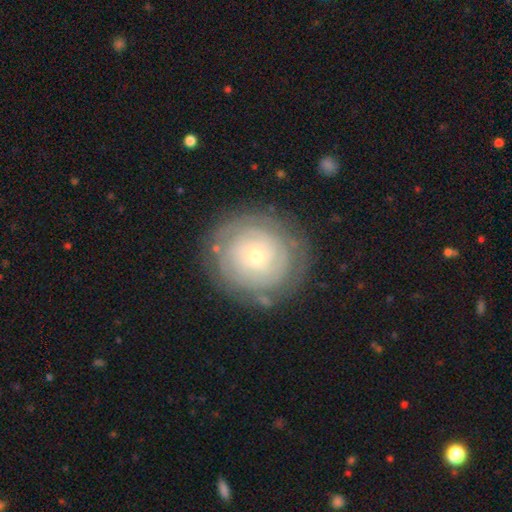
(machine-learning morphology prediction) type=featured or disk (65%); edge-on=no (97%); bar=no (87%); spiral arms=yes (73%); bulge=small (74%); merging=none (81%).